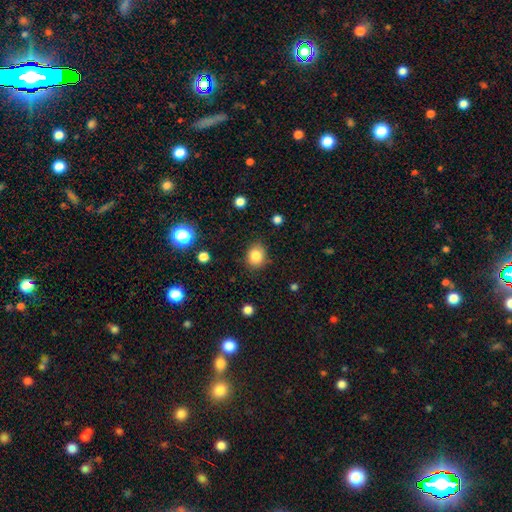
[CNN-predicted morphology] Smooth or featured?
  - smooth: 83% *
  - star or artifact: 11%
  - featured or disk: 6%
How rounded?
  - round: 69% *
  - in between: 30%
  - cigar-shaped: 1%
Merging?
  - none: 84% *
  - minor disturbance: 12%
  - major disturbance: 3%
  - merger: 2%